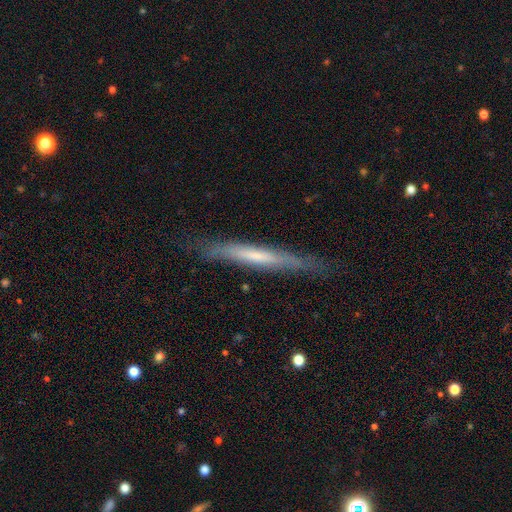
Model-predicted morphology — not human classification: This appears to be a featured or disk galaxy (51%) viewed edge-on (89%). Merging: none (79%).